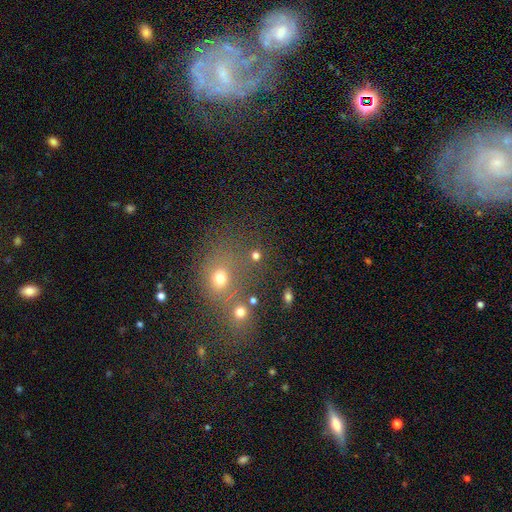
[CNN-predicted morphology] type=smooth (69%); roundness=round (79%); merging=none (65%).